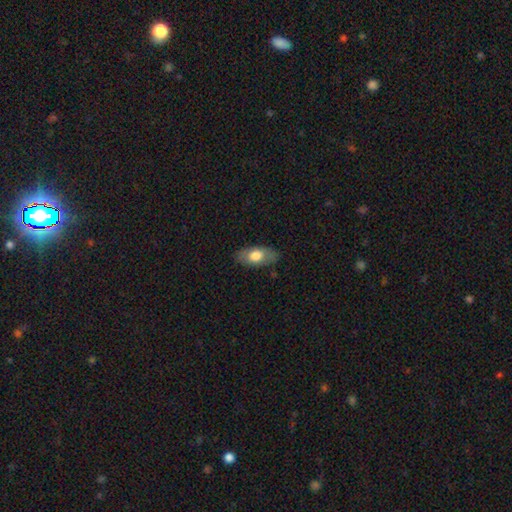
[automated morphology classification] The model was most divided on "smooth or featured": smooth: 71%, featured or disk: 23%, star or artifact: 6%. More confident: how rounded — in between (88%); merging — none (80%).